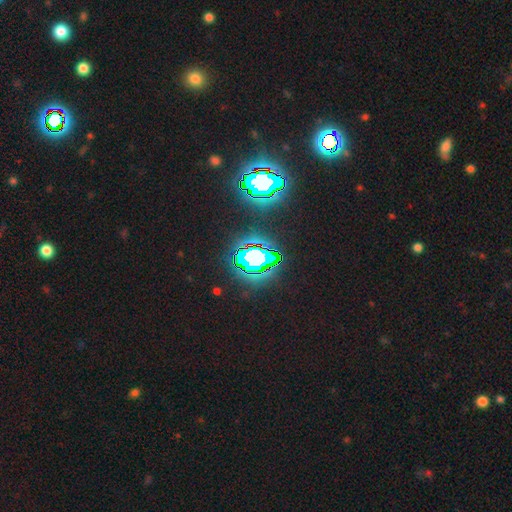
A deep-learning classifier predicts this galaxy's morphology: Smooth or featured? star or artifact (82%)